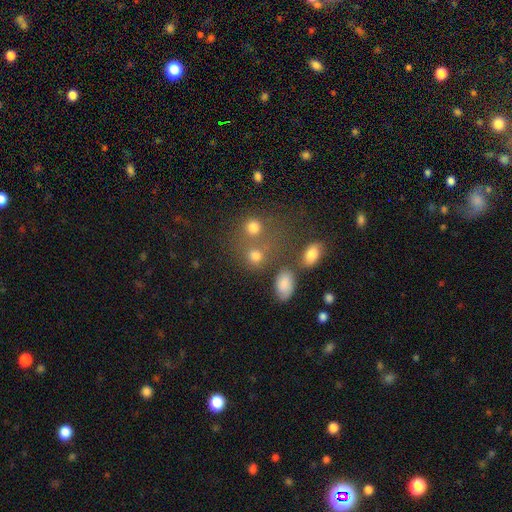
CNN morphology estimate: This appears to be a smooth galaxy with no disk features (75%) that is round (67%). Merging: none (50%).